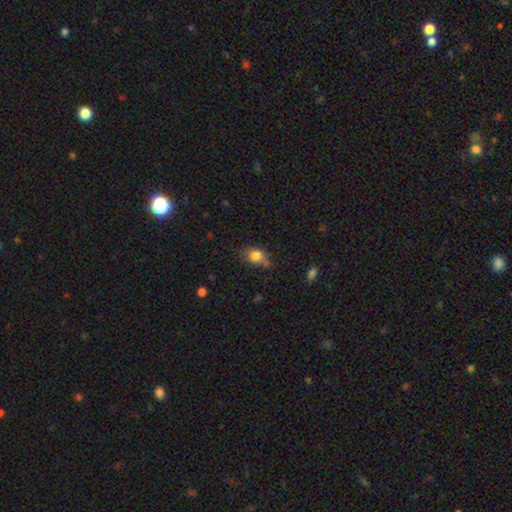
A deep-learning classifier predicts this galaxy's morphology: smooth 82%, star or artifact 10%, featured or disk 9%. Down the decision tree: how rounded — in between (63%); merging — none (57%).